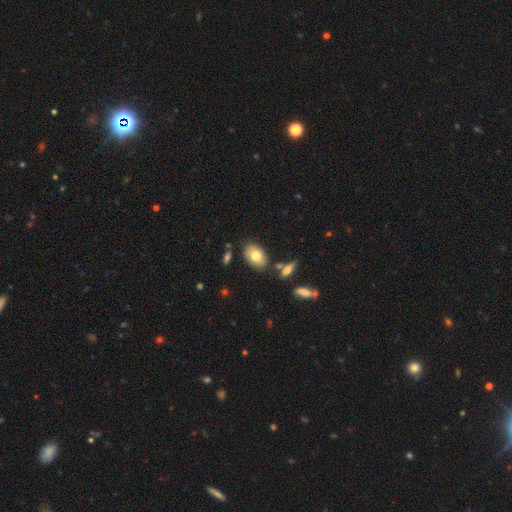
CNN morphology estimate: Smooth or featured? Predicted: smooth (p=0.75). How rounded? Predicted: in between (p=0.87). Merging? Predicted: none (p=0.77).